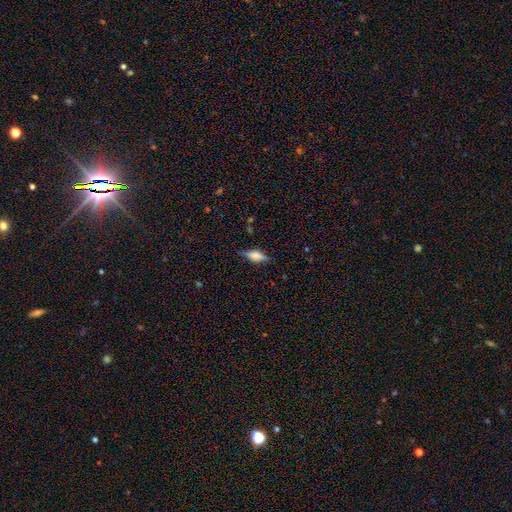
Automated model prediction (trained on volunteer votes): Smooth or featured: smooth — 49% (featured or disk — 41%)
Merging: none — 77% (minor disturbance — 17%)